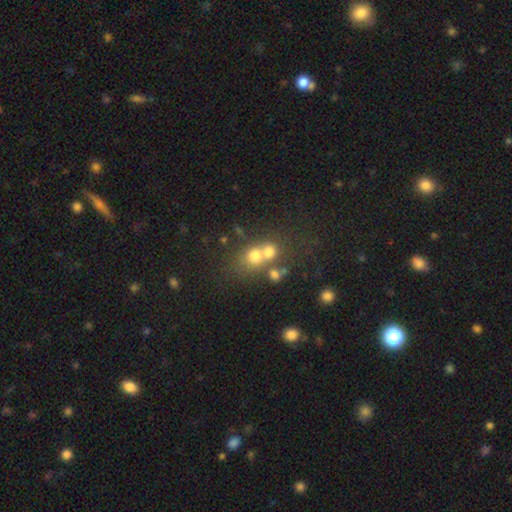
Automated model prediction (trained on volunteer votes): A smooth galaxy with no disk features (67%) that is round (75%).

Vote fractions:
- Smooth or featured? smooth: 67% / featured or disk: 16% / star or artifact: 16%
- How rounded? round: 75% / in between: 23% / cigar-shaped: 1%
- Merging? merger: 55% / none: 34% / minor disturbance: 7% / major disturbance: 4%